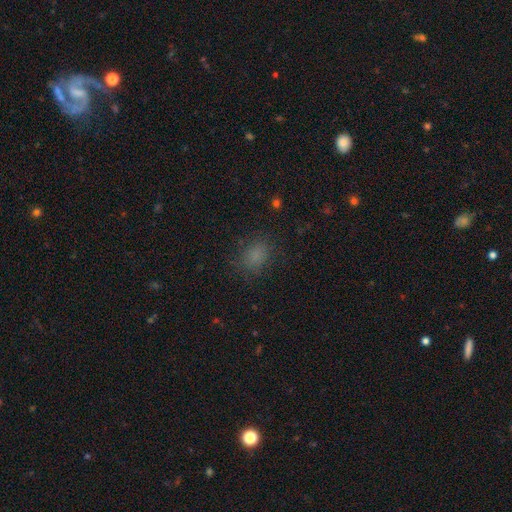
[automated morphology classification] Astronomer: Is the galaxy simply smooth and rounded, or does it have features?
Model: smooth — 79%.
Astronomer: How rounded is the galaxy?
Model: in between — 58% (runner-up: round, 40%).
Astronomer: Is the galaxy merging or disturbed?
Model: none — 80%.